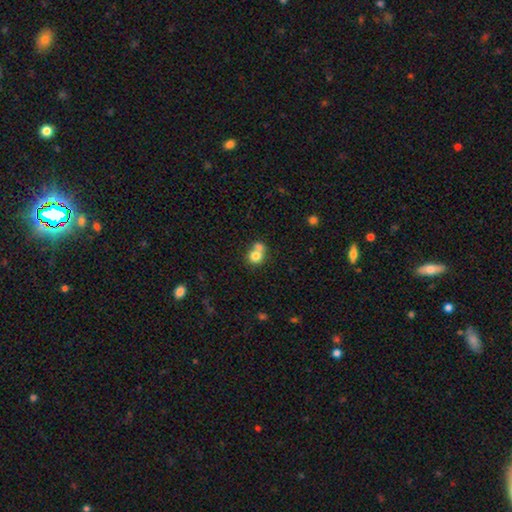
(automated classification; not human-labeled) Smooth or featured? smooth (76%)
How rounded? round (77%)
Merging? merger (56%)